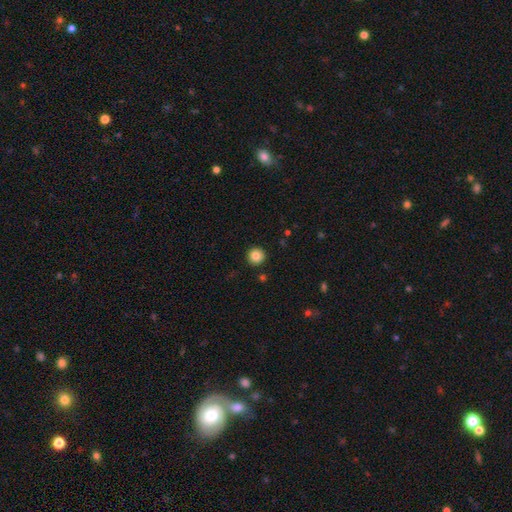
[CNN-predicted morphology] smooth-or-featured: smooth: 85% | star or artifact: 10% | featured or disk: 5%
  how-rounded: round: 95% | in between: 4% | cigar-shaped: 1%
  merging: none: 92% | minor disturbance: 5% | major disturbance: 2% | merger: 1%